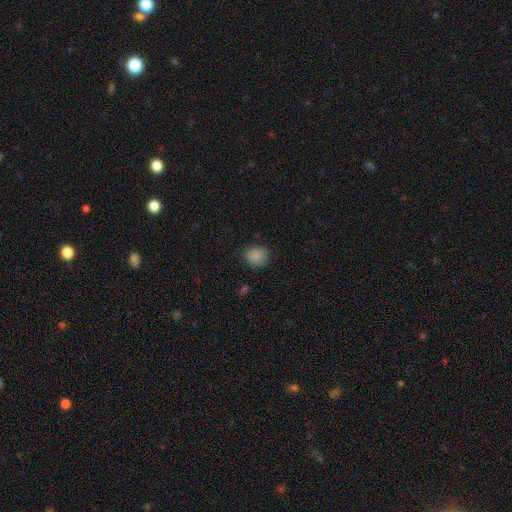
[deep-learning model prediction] Smooth or featured? smooth (87%)
How rounded? round (77%)
Merging? none (81%)